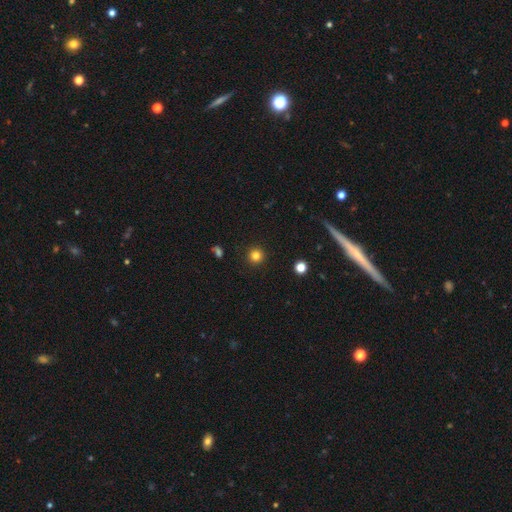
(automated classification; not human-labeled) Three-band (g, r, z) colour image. It shows a smooth galaxy with no disk features (82%) that is round (96%). Merging: none (93%).